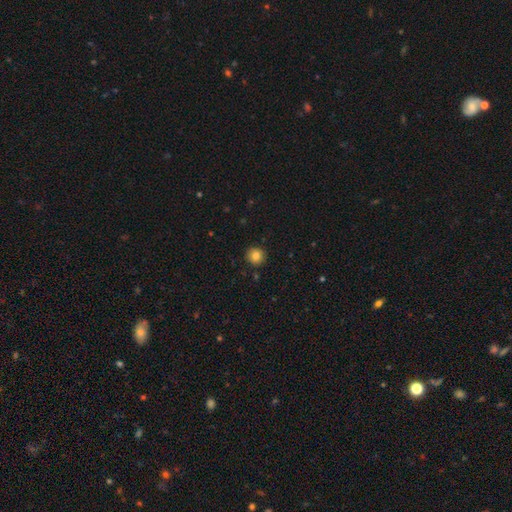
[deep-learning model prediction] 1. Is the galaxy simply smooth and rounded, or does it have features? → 82% smooth, 10% star or artifact, 8% featured or disk.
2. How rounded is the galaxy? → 92% round, 7% in between, 1% cigar-shaped.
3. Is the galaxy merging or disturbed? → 91% none, 6% minor disturbance, 2% major disturbance, 1% merger.